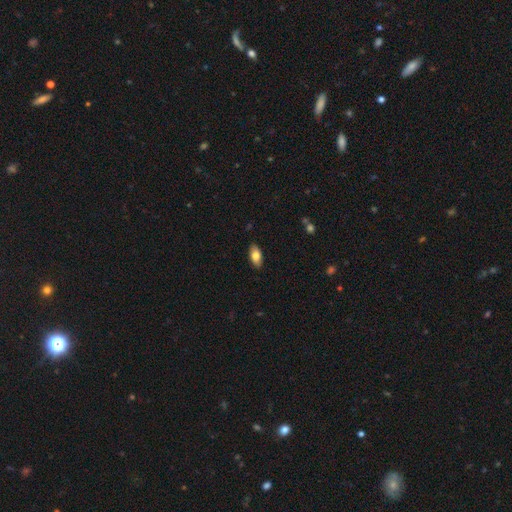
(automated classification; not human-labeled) Smooth or featured? smooth (77%)
How rounded? in between (91%)
Merging? none (89%)